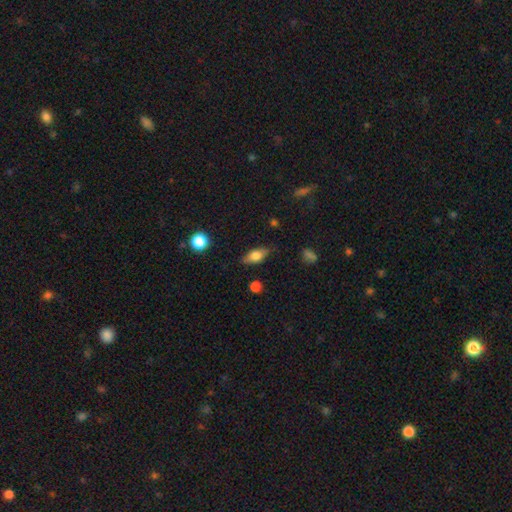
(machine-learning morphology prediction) smooth 69%, featured or disk 23%, star or artifact 8%. Down the decision tree: how rounded — in between (81%); merging — none (79%).